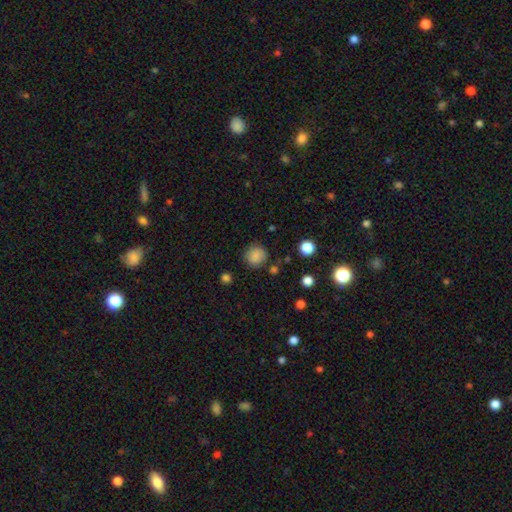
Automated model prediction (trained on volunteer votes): Smooth or featured?
  - smooth: 84% *
  - star or artifact: 10%
  - featured or disk: 6%
How rounded?
  - round: 90% *
  - in between: 9%
  - cigar-shaped: 1%
Merging?
  - none: 83% *
  - minor disturbance: 11%
  - major disturbance: 3%
  - merger: 3%